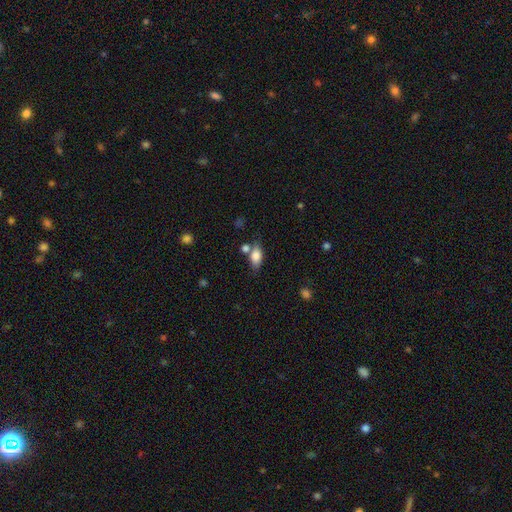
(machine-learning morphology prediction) smooth 80%, featured or disk 12%, star or artifact 8%. Down the decision tree: how rounded — in between (85%); merging — none (62%).